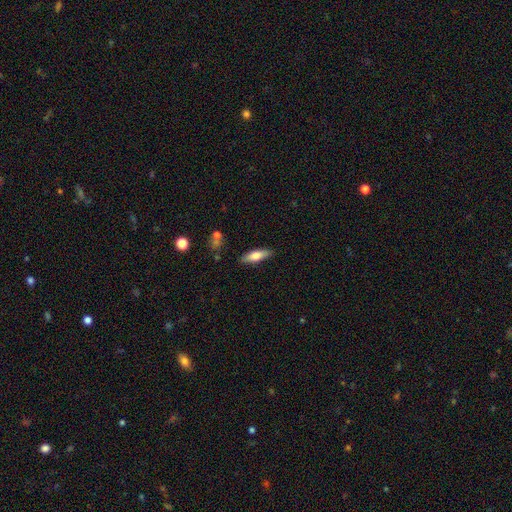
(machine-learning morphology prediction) Smooth or featured? smooth (68%)
How rounded? cigar-shaped (50%)
Merging? none (84%)